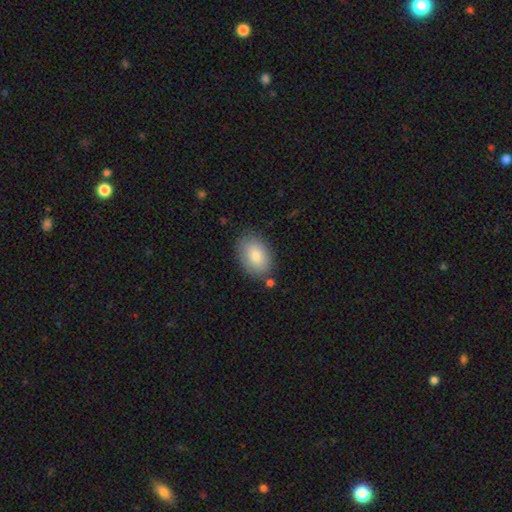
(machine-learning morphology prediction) A smooth galaxy with no disk features (82%) that is in between round and cigar-shaped (86%).

Vote fractions:
- Smooth or featured? smooth: 82% / featured or disk: 11% / star or artifact: 7%
- How rounded? in between: 86% / round: 13% / cigar-shaped: 1%
- Merging? none: 81% / minor disturbance: 13% / major disturbance: 3% / merger: 3%